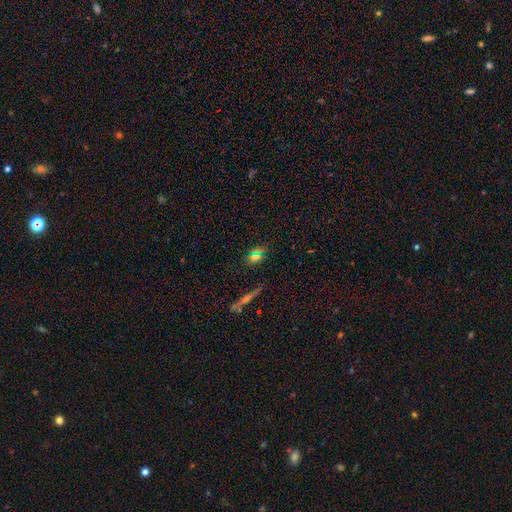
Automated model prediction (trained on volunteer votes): Smooth or featured: smooth — 54% (star or artifact — 32%)
How rounded: in between — 67% (round — 23%)
Merging: none — 82% (minor disturbance — 11%)